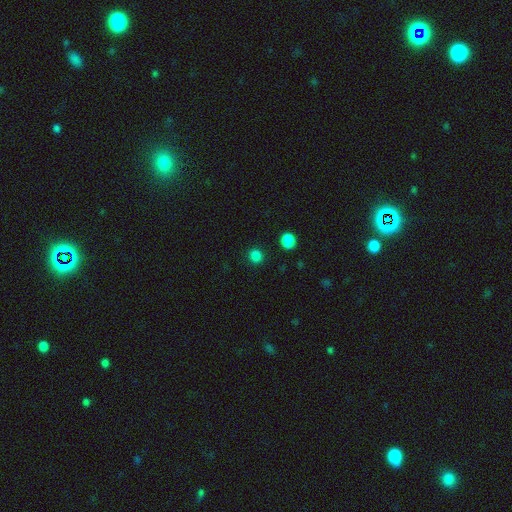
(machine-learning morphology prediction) Overall: smooth (83%). How rounded: round (87%). Merging: none (90%).